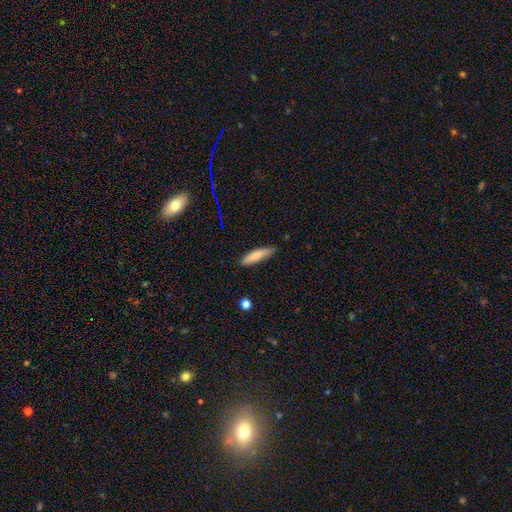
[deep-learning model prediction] Overall: smooth (74%). How rounded: cigar-shaped (81%). Merging: none (82%).